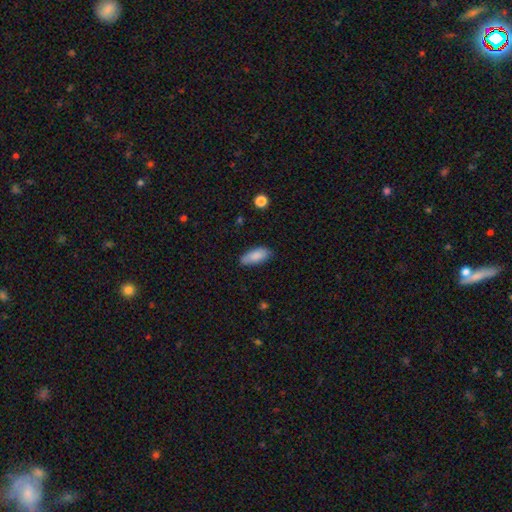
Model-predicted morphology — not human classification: smooth-or-featured: smooth: 85% | featured or disk: 8% | star or artifact: 6%
  how-rounded: in between: 84% | cigar-shaped: 14% | round: 2%
  merging: none: 73% | minor disturbance: 22% | major disturbance: 4% | merger: 2%